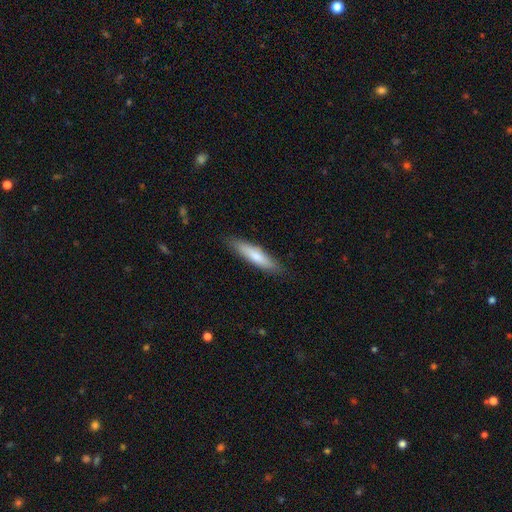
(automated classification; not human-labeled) Overall: smooth (73%). How rounded: cigar-shaped (82%). Merging: none (87%).